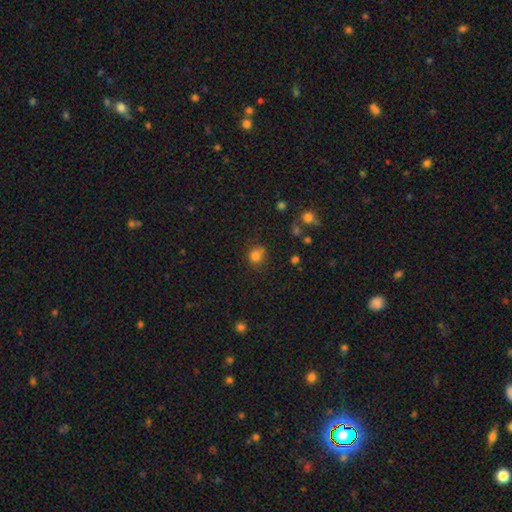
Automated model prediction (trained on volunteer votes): Smooth or featured? smooth (80%)
How rounded? round (86%)
Merging? none (66%)